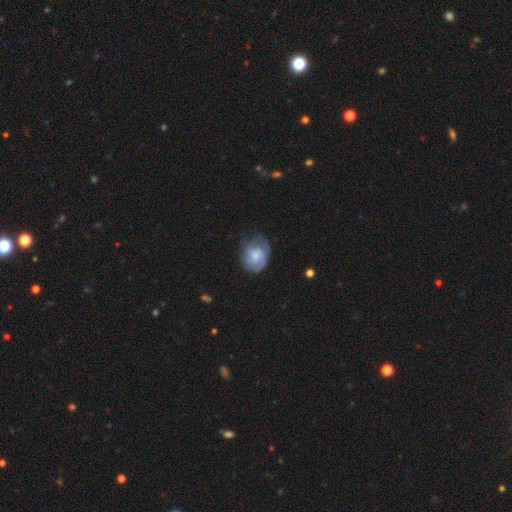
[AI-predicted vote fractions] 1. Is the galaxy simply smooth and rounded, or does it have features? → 56% featured or disk, 37% smooth, 7% star or artifact.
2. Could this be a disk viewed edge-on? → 97% no, 3% yes.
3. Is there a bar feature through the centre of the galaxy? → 71% no, 26% weak, 3% strong.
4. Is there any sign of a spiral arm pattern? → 85% yes, 15% no.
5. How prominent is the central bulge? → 46% small, 38% moderate, 10% none, 5% large, 1% dominant.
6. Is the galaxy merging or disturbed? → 64% none, 25% minor disturbance, 10% major disturbance, 1% merger.